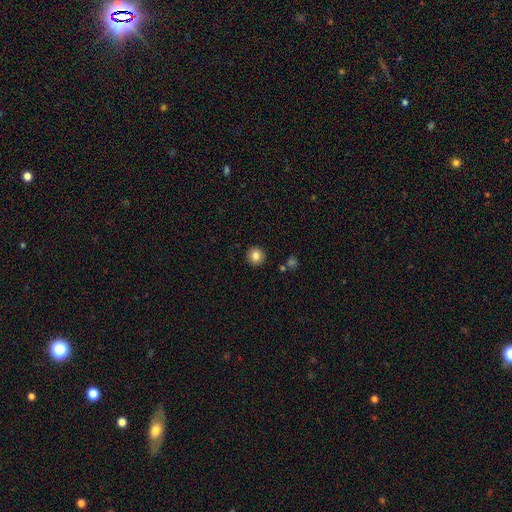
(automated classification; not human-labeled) This appears to be a smooth galaxy with no disk features (84%) that is round (94%). Merging: none (92%).